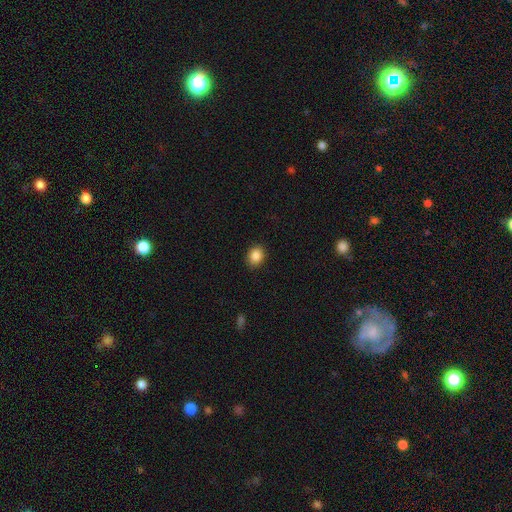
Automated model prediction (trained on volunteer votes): This appears to be a smooth galaxy with no disk features (87%) that is round (50%). Merging: none (89%).